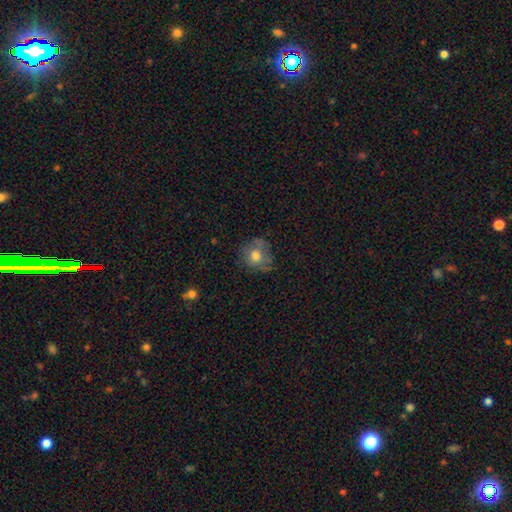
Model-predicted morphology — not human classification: Smooth or featured? Predicted: smooth (p=0.68). How rounded? Predicted: round (p=0.82). Merging? Predicted: none (p=0.63).